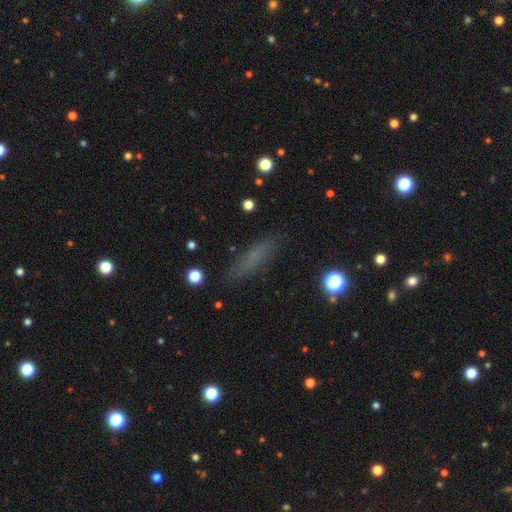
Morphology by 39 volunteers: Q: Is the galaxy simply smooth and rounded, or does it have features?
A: smooth — 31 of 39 (79%).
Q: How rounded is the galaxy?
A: cigar-shaped — 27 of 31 (87%).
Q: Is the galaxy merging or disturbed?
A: none — 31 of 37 (84%).